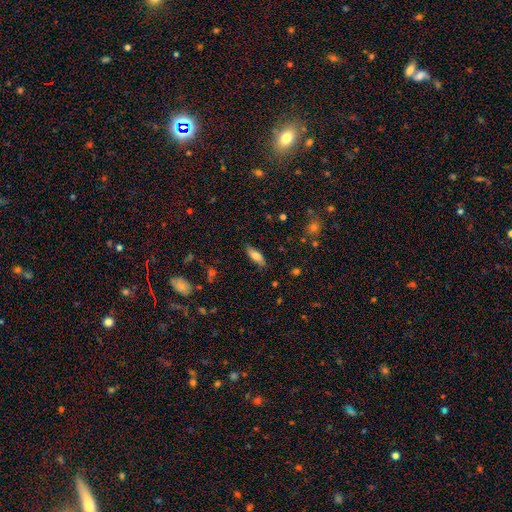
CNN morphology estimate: Smooth or featured?
  - smooth: 74% *
  - featured or disk: 19%
  - star or artifact: 7%
How rounded?
  - in between: 64% *
  - cigar-shaped: 34%
  - round: 2%
Merging?
  - none: 83% *
  - minor disturbance: 13%
  - major disturbance: 3%
  - merger: 1%